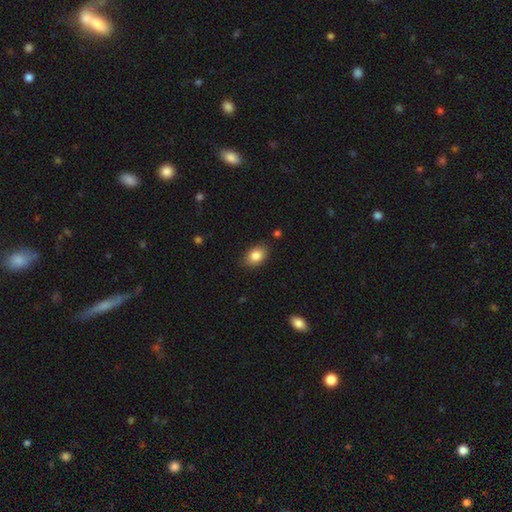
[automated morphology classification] The model was most divided on "how rounded": in between: 77%, round: 22%, cigar-shaped: 1%. More confident: smooth or featured — smooth (85%); merging — none (84%).